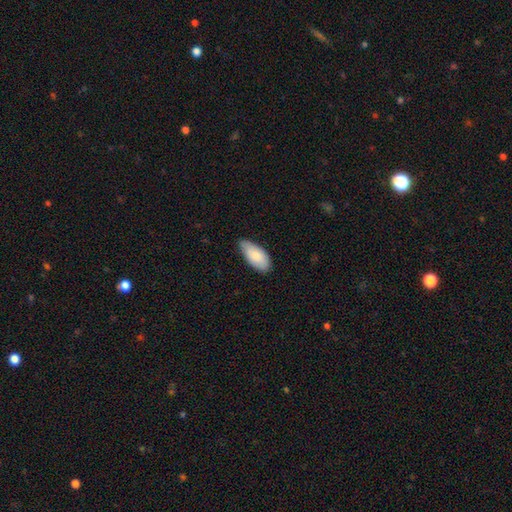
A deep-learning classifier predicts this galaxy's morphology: Smooth or featured? Predicted: smooth (p=0.85). How rounded? Predicted: in between (p=0.92). Merging? Predicted: none (p=0.63).